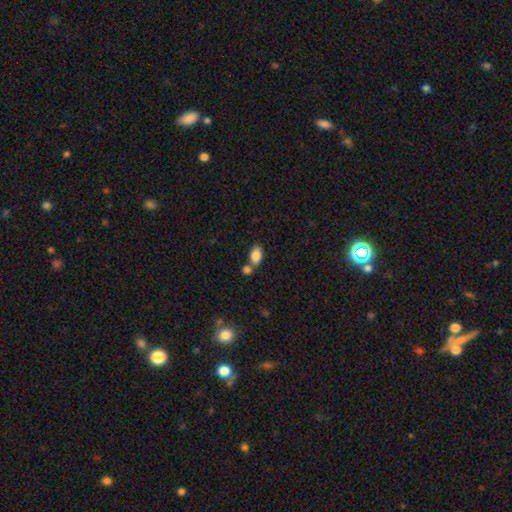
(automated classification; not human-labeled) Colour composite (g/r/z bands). It shows a smooth galaxy with no disk features (85%) that is in between round and cigar-shaped (90%). Merging: none (50%).